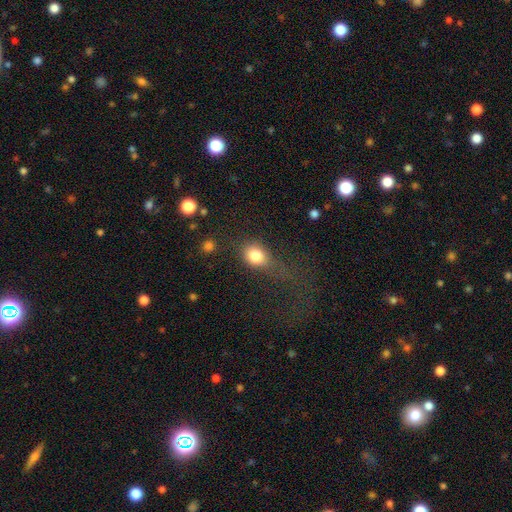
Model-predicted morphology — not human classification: This appears to be a smooth galaxy with no disk features (82%) that is round (50%). Merging: none (45%).